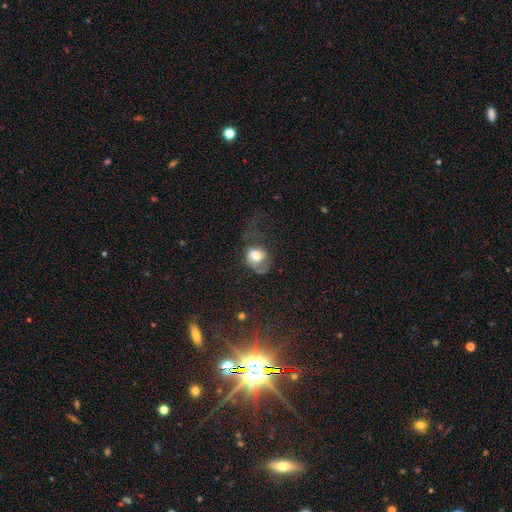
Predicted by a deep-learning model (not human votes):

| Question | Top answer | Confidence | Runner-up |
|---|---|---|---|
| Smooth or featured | smooth | 66% | featured or disk (25%) |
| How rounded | in between | 55% | round (44%) |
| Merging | major disturbance | 49% | minor disturbance (24%) |